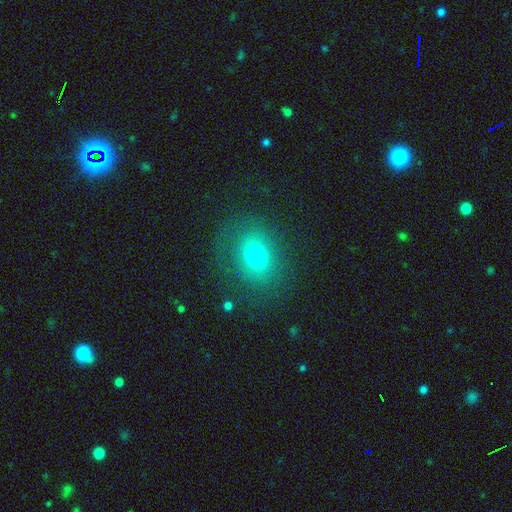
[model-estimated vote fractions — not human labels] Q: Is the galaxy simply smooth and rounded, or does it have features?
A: smooth — 67%.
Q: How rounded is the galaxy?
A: in between — 50%.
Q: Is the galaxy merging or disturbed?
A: none — 76%.